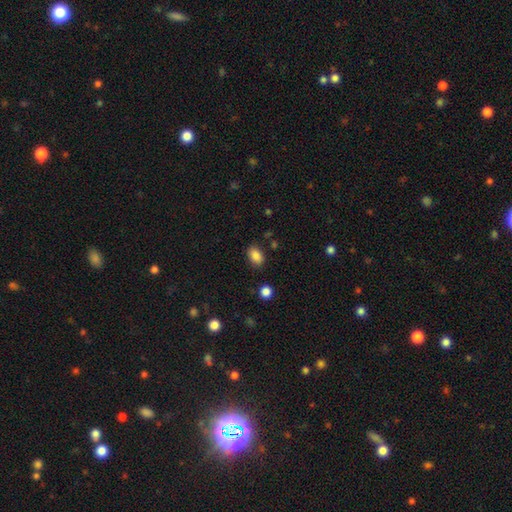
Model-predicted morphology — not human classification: smooth_or_featured: smooth (p=0.87) [alt: star or artifact p=0.09]
how_rounded: in between (p=0.84) [alt: round p=0.14]
merging: none (p=0.84) [alt: minor disturbance p=0.11]